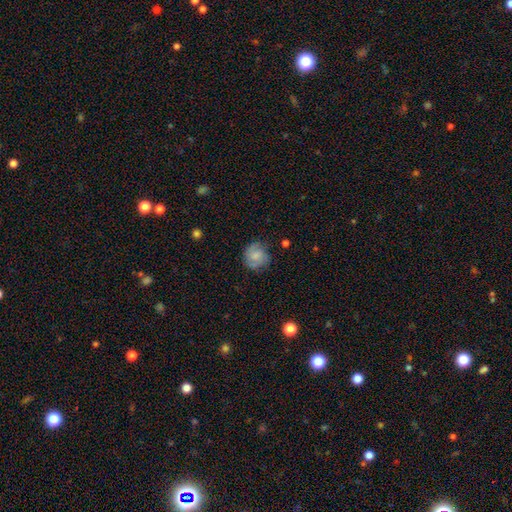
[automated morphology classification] Smooth or featured?
  - smooth: 51% *
  - featured or disk: 41%
  - star or artifact: 8%
How rounded?
  - round: 82% *
  - in between: 17%
  - cigar-shaped: 1%
Merging?
  - none: 73% *
  - minor disturbance: 19%
  - major disturbance: 7%
  - merger: 2%